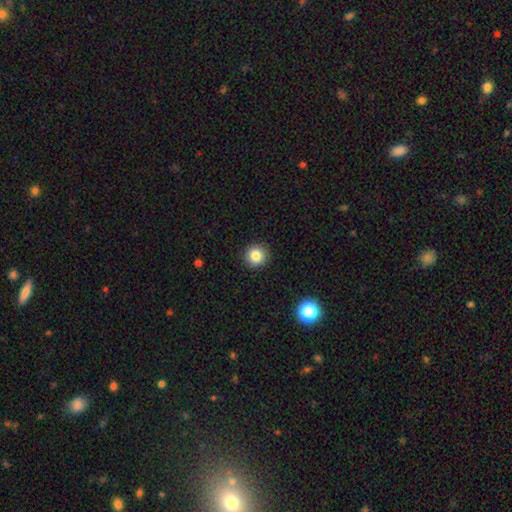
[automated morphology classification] smooth 83%, star or artifact 11%, featured or disk 6%. Down the decision tree: how rounded — round (93%); merging — none (91%).